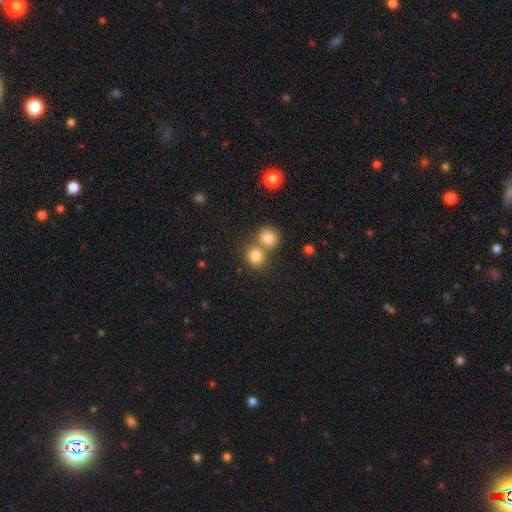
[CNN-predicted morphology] Smooth or featured? smooth (81%)
How rounded? round (83%)
Merging? none (52%)